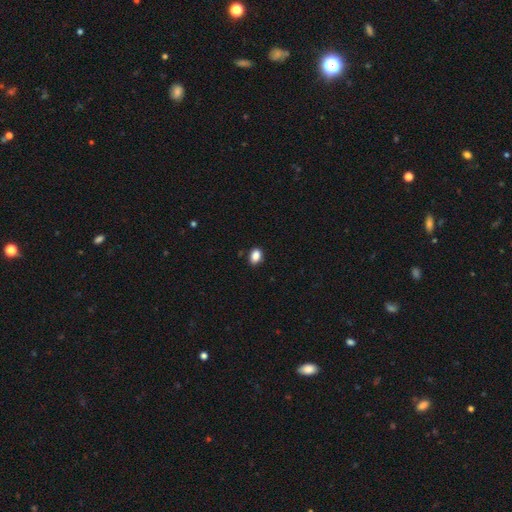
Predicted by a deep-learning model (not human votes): smooth 87%, star or artifact 9%, featured or disk 4%. Down the decision tree: how rounded — in between (80%); merging — none (86%).